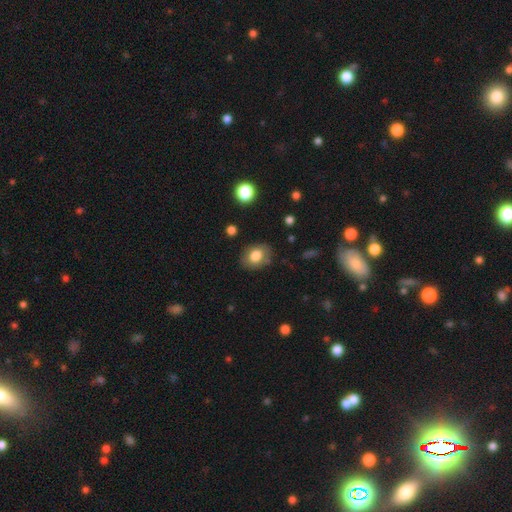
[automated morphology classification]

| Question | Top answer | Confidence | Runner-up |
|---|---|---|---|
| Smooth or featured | smooth | 78% | featured or disk (14%) |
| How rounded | in between | 64% | round (35%) |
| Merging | none | 78% | minor disturbance (15%) |